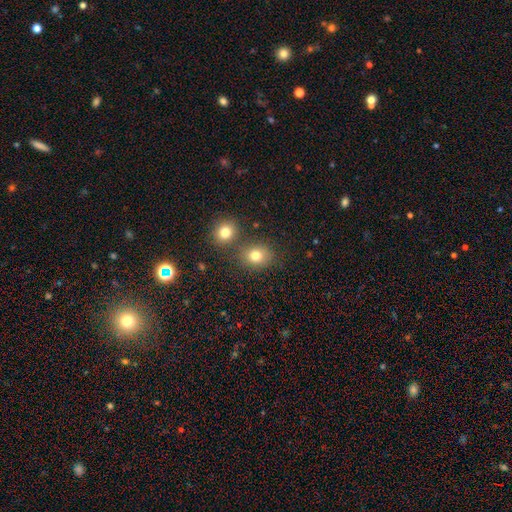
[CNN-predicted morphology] type=smooth (79%); roundness=round (63%); merging=none (69%).